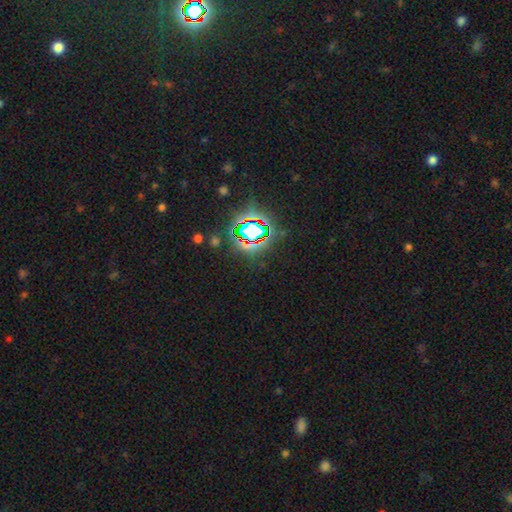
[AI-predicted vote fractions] Overall: star or artifact (83%).